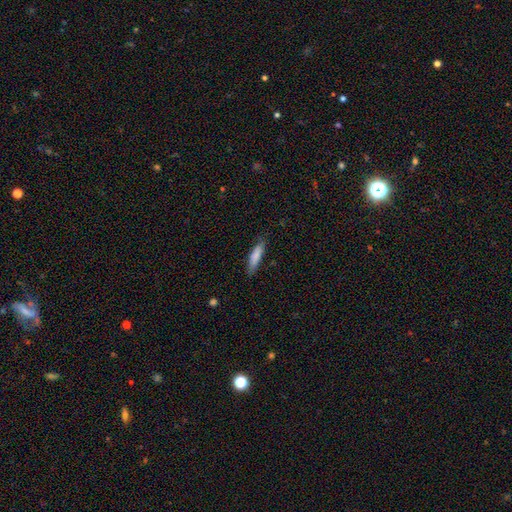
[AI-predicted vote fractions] smooth_or_featured: smooth (p=0.81) [alt: featured or disk p=0.13]
how_rounded: cigar-shaped (p=0.77) [alt: in between p=0.21]
merging: none (p=0.80) [alt: minor disturbance p=0.15]